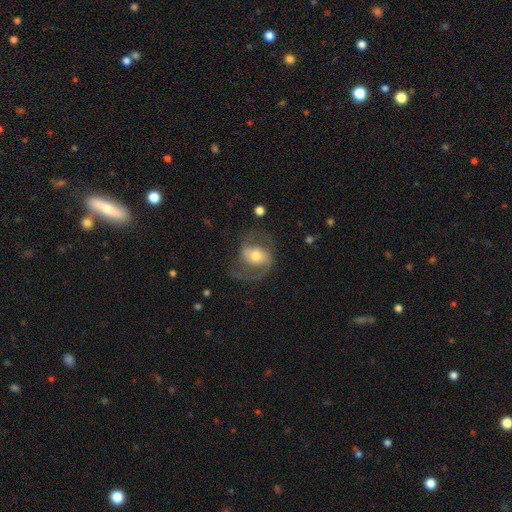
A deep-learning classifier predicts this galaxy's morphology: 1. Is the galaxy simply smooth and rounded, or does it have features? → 78% featured or disk, 16% smooth, 6% star or artifact.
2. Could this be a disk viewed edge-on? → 97% no, 3% yes.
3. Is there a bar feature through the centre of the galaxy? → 45% no, 38% weak, 17% strong.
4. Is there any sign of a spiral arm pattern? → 91% yes, 9% no.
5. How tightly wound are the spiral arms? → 53% medium, 31% loose, 16% tight.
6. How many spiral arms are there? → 84% 2, 9% 1, 4% can't tell, 1% 3, 1% 4, 1% more than 4.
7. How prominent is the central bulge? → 68% moderate, 16% small, 13% large, 1% dominant, 1% none.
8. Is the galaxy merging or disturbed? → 61% none, 19% major disturbance, 18% minor disturbance, 2% merger.